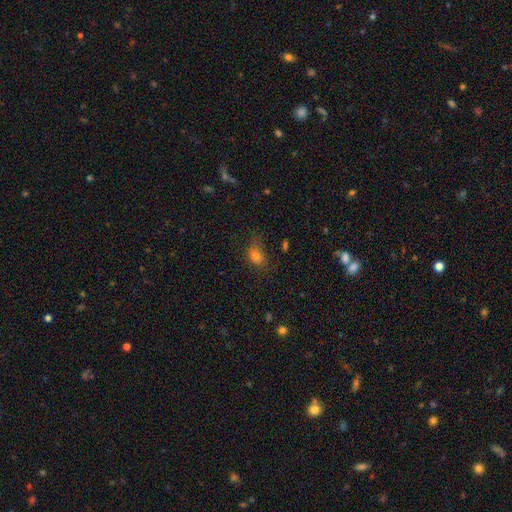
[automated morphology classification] smooth-or-featured: smooth: 72% | star or artifact: 18% | featured or disk: 10%
  how-rounded: in between: 61% | round: 37% | cigar-shaped: 2%
  merging: none: 56% | minor disturbance: 26% | major disturbance: 16% | merger: 3%